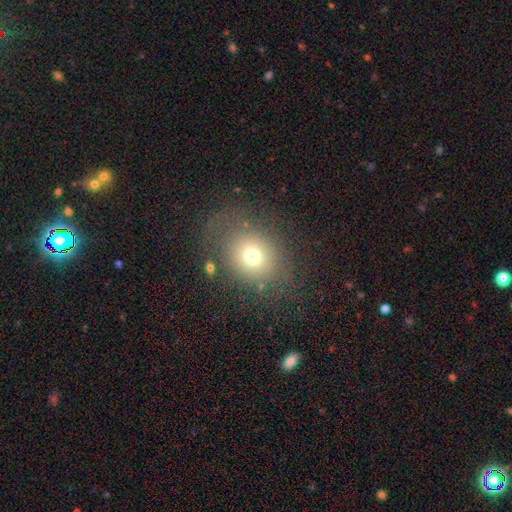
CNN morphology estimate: Smooth or featured: smooth — 69% (star or artifact — 16%)
How rounded: round — 56% (in between — 44%)
Merging: none — 73% (minor disturbance — 16%)